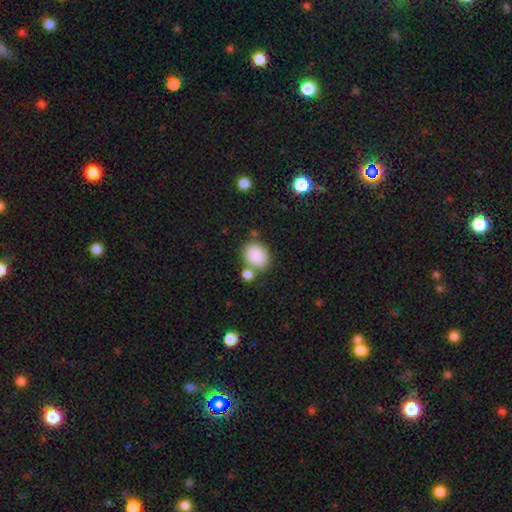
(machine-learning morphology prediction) smooth_or_featured: smooth (p=0.87) [alt: star or artifact p=0.08]
how_rounded: in between (p=0.64) [alt: round p=0.35]
merging: none (p=0.64) [alt: merger p=0.18]